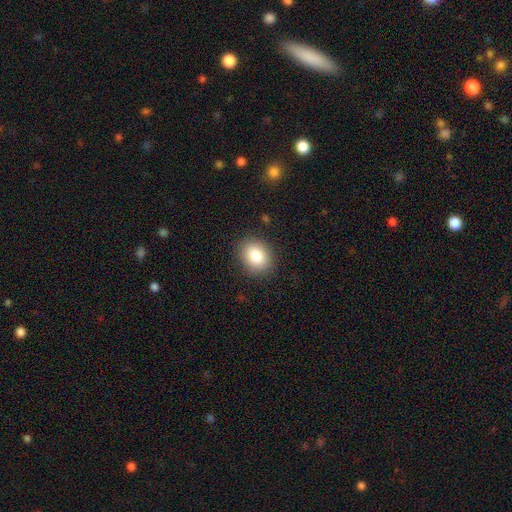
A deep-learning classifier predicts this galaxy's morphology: Smooth or featured?
  - smooth: 84% *
  - star or artifact: 9%
  - featured or disk: 7%
How rounded?
  - round: 50% *
  - in between: 49%
  - cigar-shaped: 1%
Merging?
  - none: 87% *
  - minor disturbance: 9%
  - major disturbance: 3%
  - merger: 1%